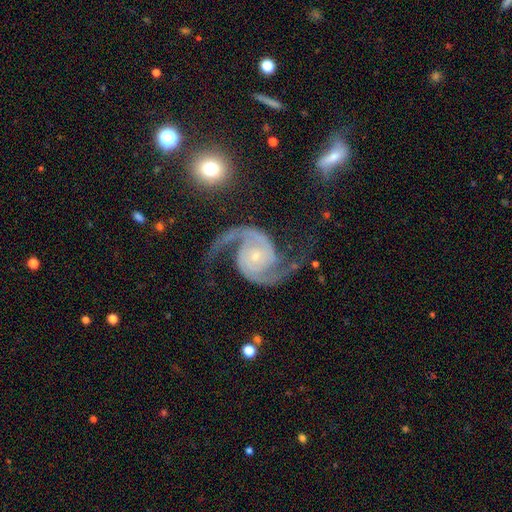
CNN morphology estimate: This is clearly a featured or disk galaxy (94%). It is clearly not viewed edge-on (98%). Bar: likely no (70%). Spiral arm pattern: clearly yes (99%). Spiral arm count: clearly 2 (95%). Spiral winding: possibly medium (57%). Central bulge: likely small (75%). Merging: likely none (75%).